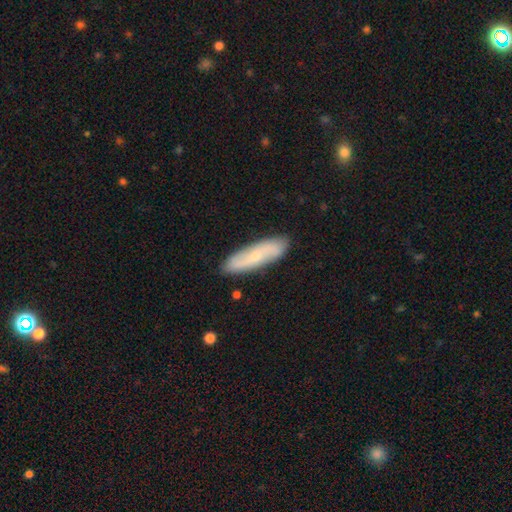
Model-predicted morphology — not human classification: This is possibly a featured or disk galaxy (47%, tied with smooth). Merging: clearly none (87%).